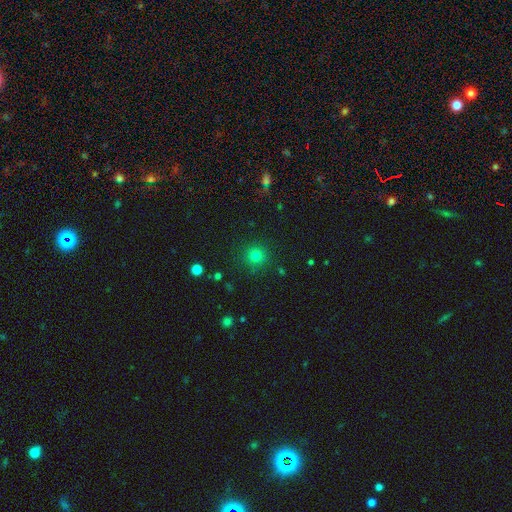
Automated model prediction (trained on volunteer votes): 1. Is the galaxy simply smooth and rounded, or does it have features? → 78% smooth, 17% star or artifact, 6% featured or disk.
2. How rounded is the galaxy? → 94% round, 5% in between, 1% cigar-shaped.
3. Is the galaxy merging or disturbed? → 89% none, 7% minor disturbance, 3% major disturbance, 1% merger.